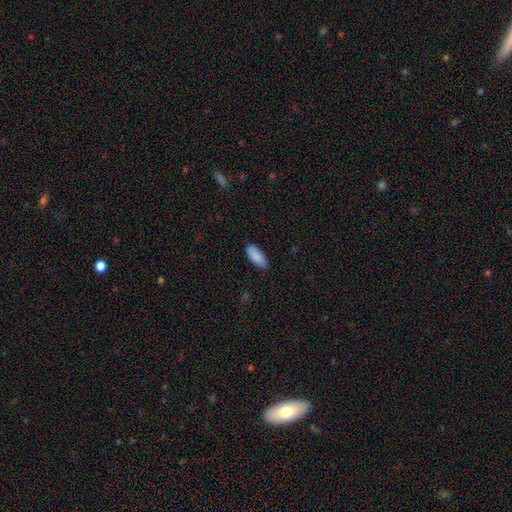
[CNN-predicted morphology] The model was most divided on "how rounded": in between: 83%, cigar-shaped: 15%, round: 2%. More confident: smooth or featured — smooth (90%); merging — none (86%).